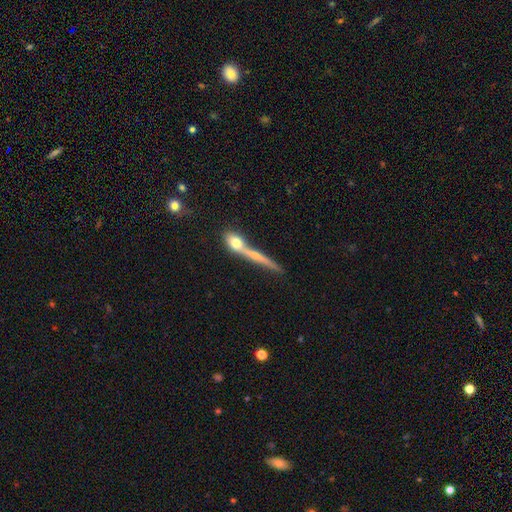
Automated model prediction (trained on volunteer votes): This appears to be a smooth galaxy with no disk features (48%). Merging: none (47%).